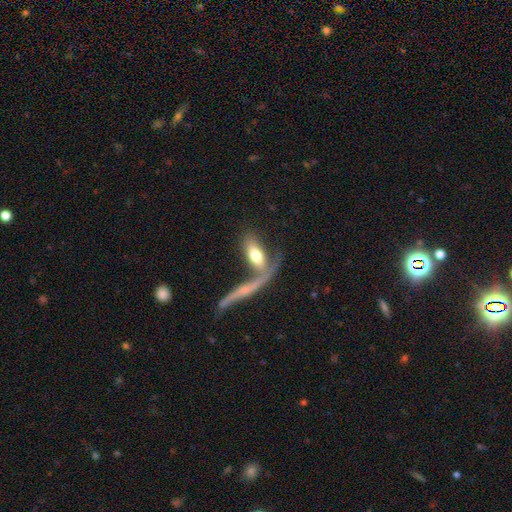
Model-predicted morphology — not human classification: A smooth galaxy with no disk features (63%) that is in between round and cigar-shaped (74%).

Vote fractions:
- Smooth or featured? smooth: 63% / featured or disk: 31% / star or artifact: 6%
- How rounded? in between: 74% / cigar-shaped: 22% / round: 5%
- Merging? merger: 48% / none: 28% / major disturbance: 13% / minor disturbance: 12%